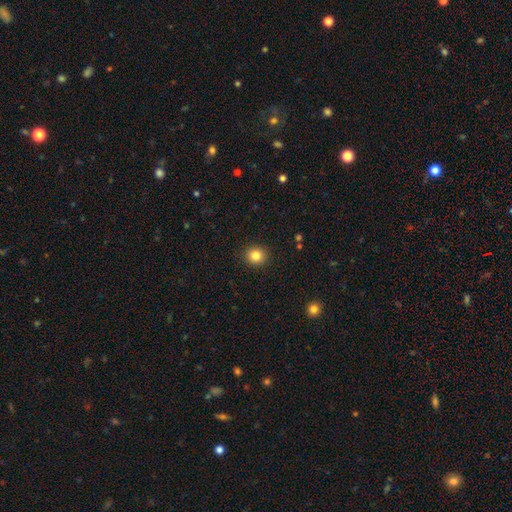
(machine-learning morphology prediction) Smooth or featured? Predicted: smooth (p=0.84). How rounded? Predicted: round (p=0.83). Merging? Predicted: none (p=0.92).